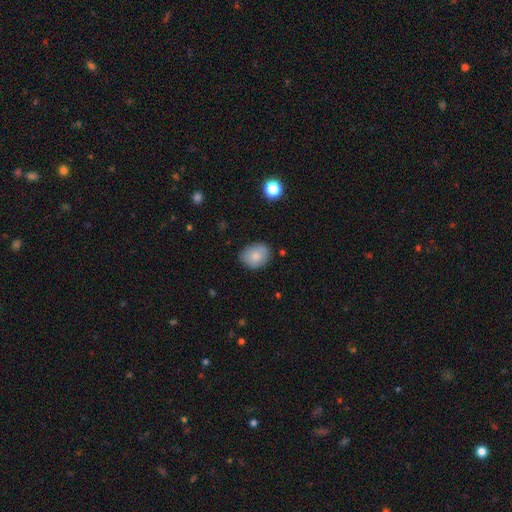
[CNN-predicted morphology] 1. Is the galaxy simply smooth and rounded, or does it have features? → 81% smooth, 11% featured or disk, 8% star or artifact.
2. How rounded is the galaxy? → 55% in between, 44% round, 1% cigar-shaped.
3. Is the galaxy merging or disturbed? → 78% none, 18% minor disturbance, 3% major disturbance, 2% merger.